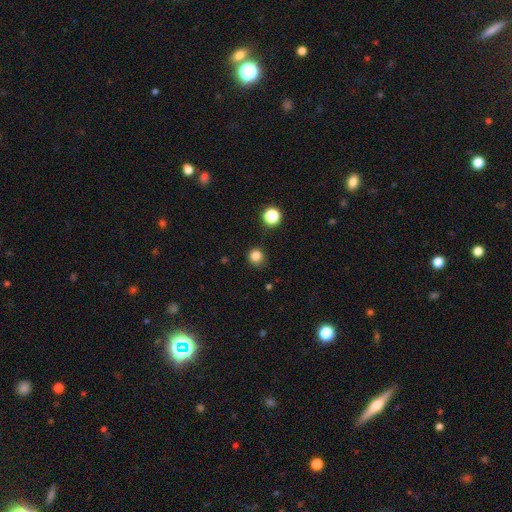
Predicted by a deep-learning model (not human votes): Q: Smooth or featured?
A: smooth (82%); runner-up: star or artifact (14%)
Q: How rounded?
A: round (92%); runner-up: in between (7%)
Q: Merging?
A: none (85%); runner-up: minor disturbance (10%)